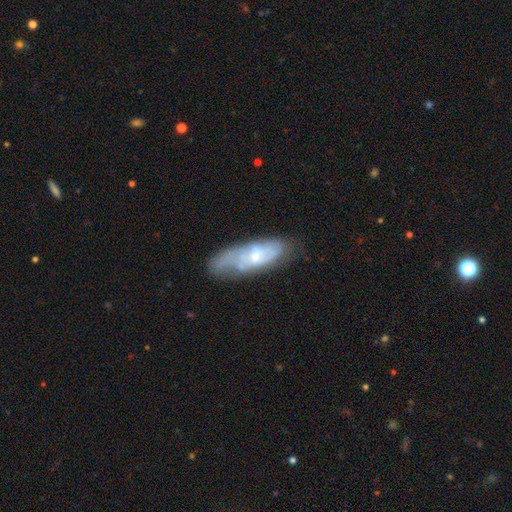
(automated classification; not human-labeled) This appears to be a featured or disk galaxy (52%). Merging: none (54%).